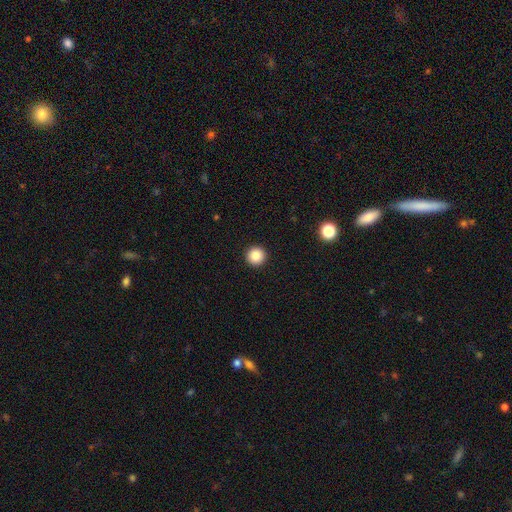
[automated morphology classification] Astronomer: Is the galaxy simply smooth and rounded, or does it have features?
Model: smooth — 87%.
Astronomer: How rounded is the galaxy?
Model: round — 96%.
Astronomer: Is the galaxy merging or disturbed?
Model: none — 94%.